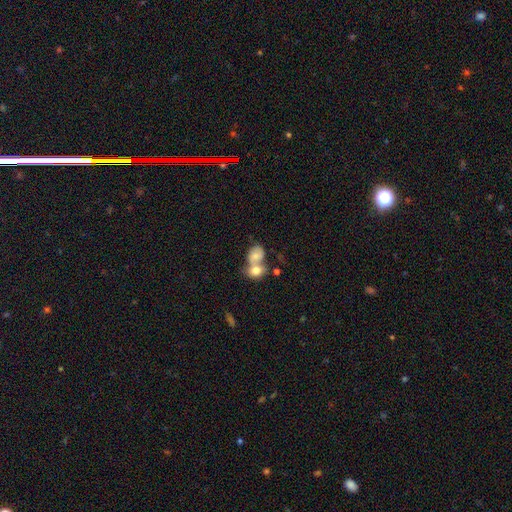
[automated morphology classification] Smooth or featured: smooth — 69% (featured or disk — 22%)
How rounded: in between — 56% (round — 42%)
Merging: merger — 70% (none — 18%)